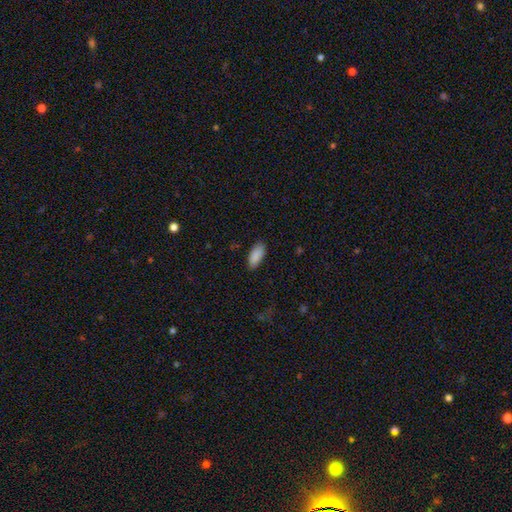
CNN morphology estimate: Overall: smooth (89%). How rounded: in between (86%). Merging: none (85%).